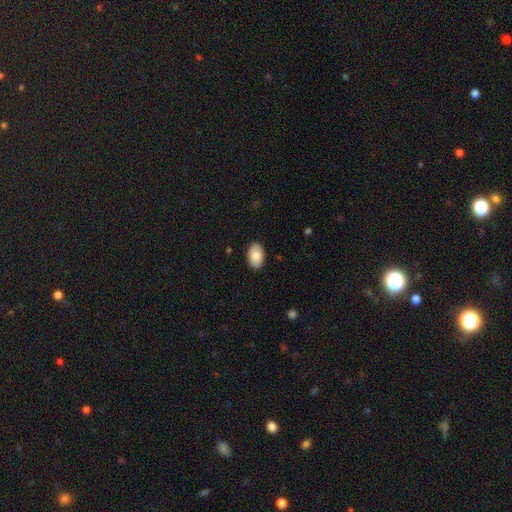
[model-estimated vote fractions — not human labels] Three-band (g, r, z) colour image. It shows a smooth galaxy with no disk features (82%) that is in between round and cigar-shaped (94%). Merging: none (89%).